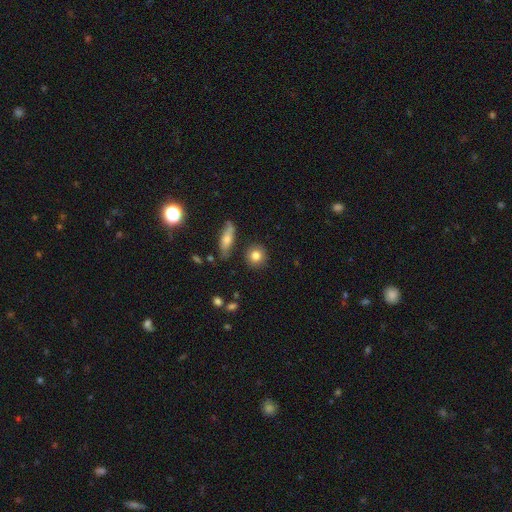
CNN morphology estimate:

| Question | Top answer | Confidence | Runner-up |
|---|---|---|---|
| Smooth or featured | smooth | 82% | featured or disk (9%) |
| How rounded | round | 86% | in between (12%) |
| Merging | none | 86% | minor disturbance (8%) |